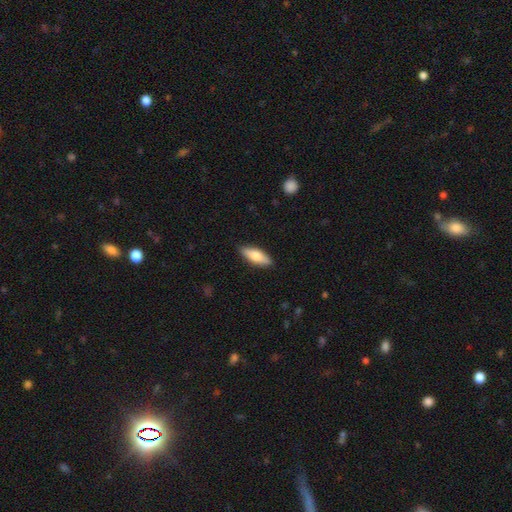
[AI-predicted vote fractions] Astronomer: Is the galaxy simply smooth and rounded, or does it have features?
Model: smooth — 71%.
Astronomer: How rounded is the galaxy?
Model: in between — 62%.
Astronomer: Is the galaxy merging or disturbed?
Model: none — 88%.